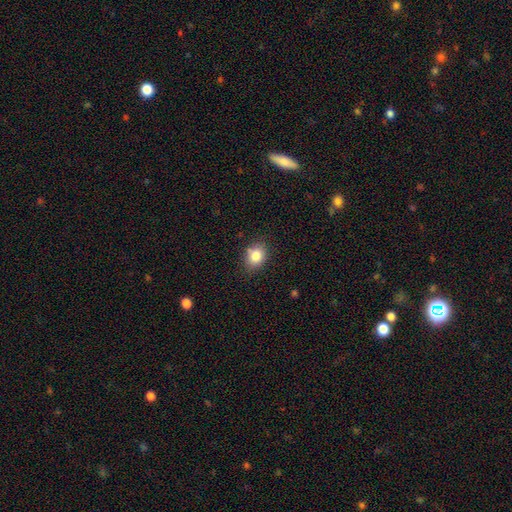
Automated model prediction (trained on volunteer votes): This is clearly a smooth galaxy (82%). How rounded: possibly round (50%). Merging: clearly none (81%).